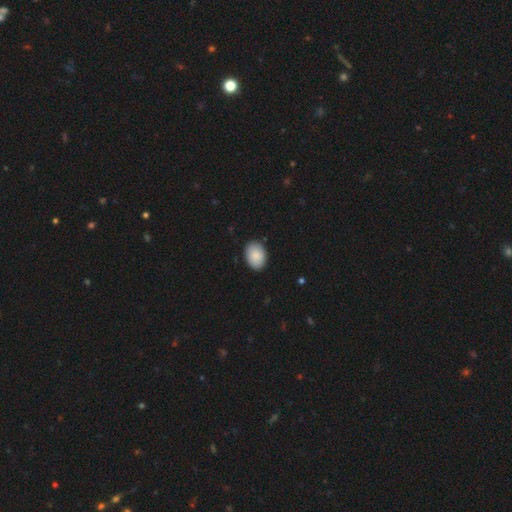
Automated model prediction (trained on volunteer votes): A smooth galaxy with no disk features (89%) that is in between round and cigar-shaped (84%). Merging: none (89%).